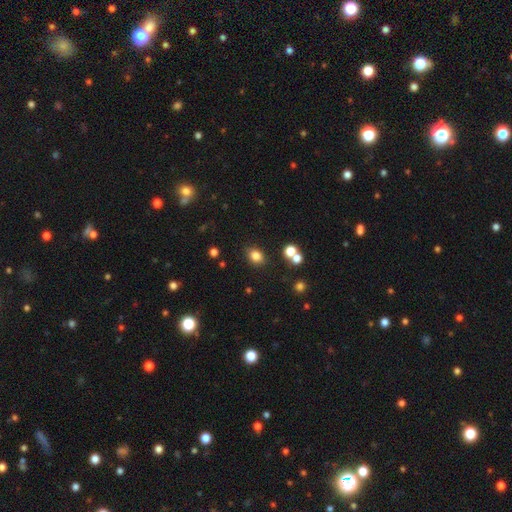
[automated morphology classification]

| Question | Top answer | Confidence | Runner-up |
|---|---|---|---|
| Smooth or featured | smooth | 81% | star or artifact (13%) |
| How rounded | in between | 63% | round (35%) |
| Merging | none | 83% | minor disturbance (10%) |